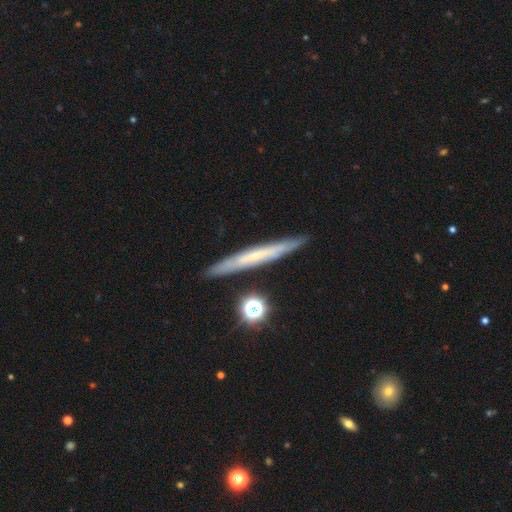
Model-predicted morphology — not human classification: Smooth or featured? featured or disk (55%)
Edge-on disk? yes (89%)
Merging? none (87%)